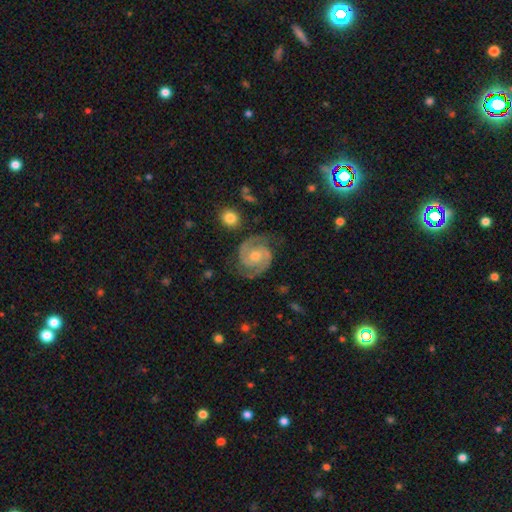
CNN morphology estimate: Smooth or featured? featured or disk (91%)
Edge-on disk? no (98%)
Bar? no (59%)
Spiral arms? yes (98%)
Spiral winding? medium (48%)
Spiral arm count? 2 (93%)
Bulge size? moderate (53%)
Merging? none (81%)